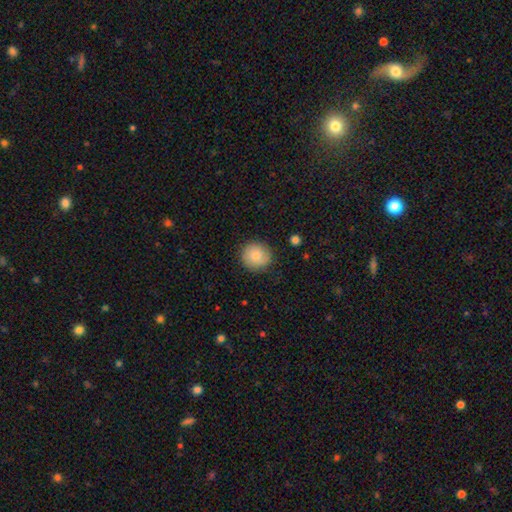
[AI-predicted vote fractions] Overall: smooth (81%). How rounded: round (91%). Merging: none (85%).